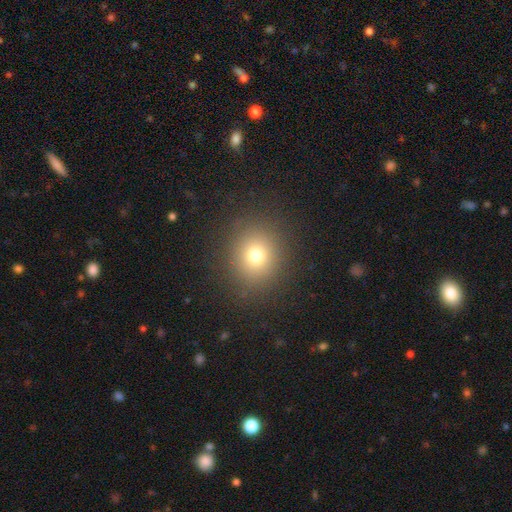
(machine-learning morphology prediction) smooth-or-featured: smooth: 74% | star or artifact: 17% | featured or disk: 10%
  how-rounded: round: 80% | in between: 19% | cigar-shaped: 1%
  merging: none: 88% | minor disturbance: 7% | major disturbance: 4% | merger: 1%